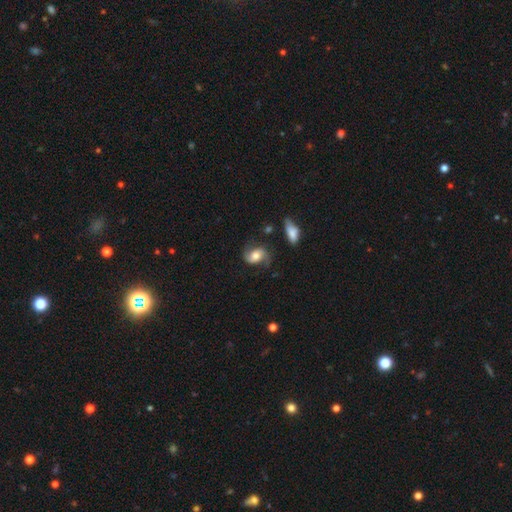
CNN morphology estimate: Overall: featured or disk (61%; smooth 32%). Edge-on disk: no (96%). Bar: no (57%; weak 31%). Spiral arms: yes (90%). Spiral arm count: 2 (88%). Spiral winding: loose (44%; medium 40%). Bulge size: moderate (61%). Merging: none (63%).